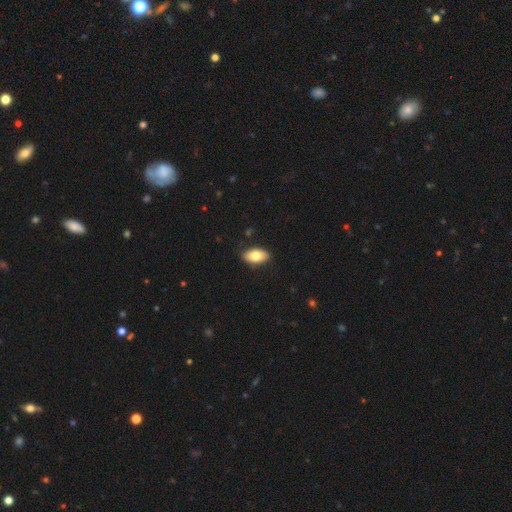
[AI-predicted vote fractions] Smooth or featured: smooth — 78% (featured or disk — 15%)
How rounded: in between — 93% (round — 4%)
Merging: none — 88% (minor disturbance — 9%)